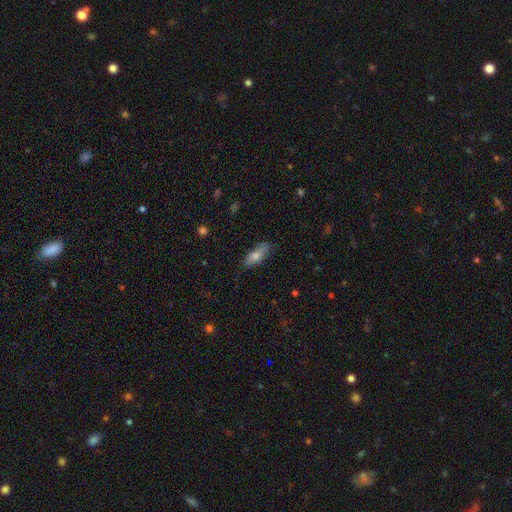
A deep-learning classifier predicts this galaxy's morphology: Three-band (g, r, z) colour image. It shows a smooth galaxy with no disk features (67%) that is in between round and cigar-shaped (52%). Merging: none (82%).